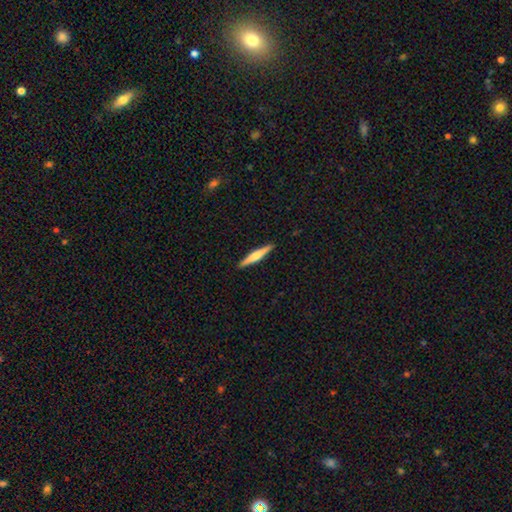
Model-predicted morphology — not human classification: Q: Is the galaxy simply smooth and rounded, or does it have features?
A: featured or disk — 52%.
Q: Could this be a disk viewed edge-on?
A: yes — 98%.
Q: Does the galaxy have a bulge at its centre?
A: rounded — 75%.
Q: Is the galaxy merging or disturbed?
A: none — 92%.